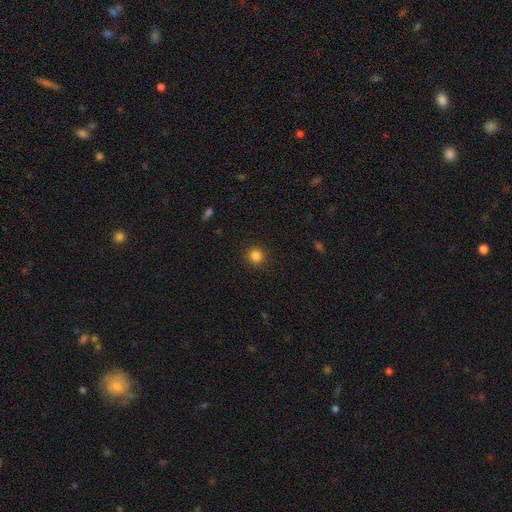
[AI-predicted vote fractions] Smooth or featured: smooth — 84% (star or artifact — 12%)
How rounded: round — 94% (in between — 5%)
Merging: none — 91% (minor disturbance — 6%)